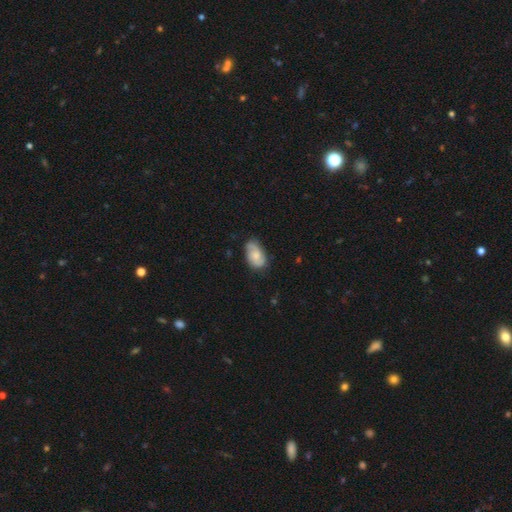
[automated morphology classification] Overall: featured or disk (49%; smooth 45%). Merging: none (67%).